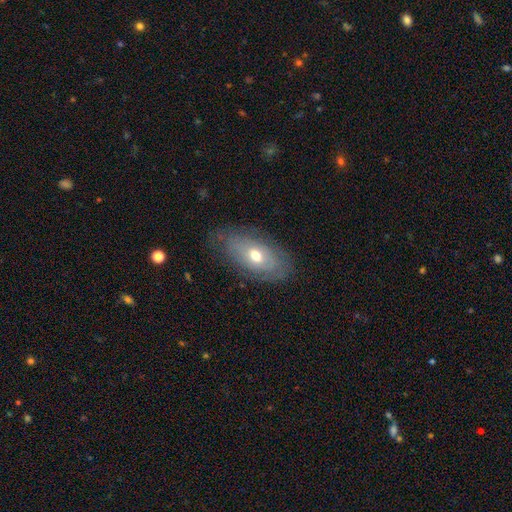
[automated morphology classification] type=featured or disk (49%); merging=none (76%).